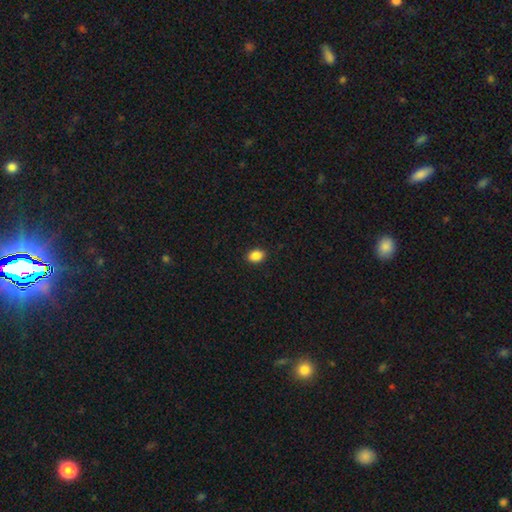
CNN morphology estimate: This appears to be a smooth galaxy with no disk features (87%) that is in between round and cigar-shaped (73%). Merging: none (91%).